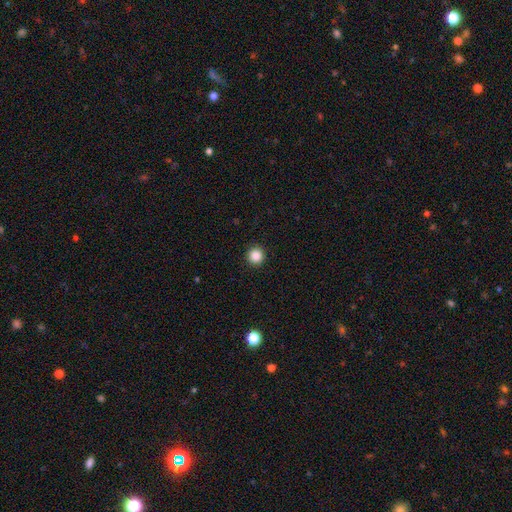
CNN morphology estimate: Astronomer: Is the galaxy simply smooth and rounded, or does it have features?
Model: smooth — 87%.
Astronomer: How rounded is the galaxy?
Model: round — 95%.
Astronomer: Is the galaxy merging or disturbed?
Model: none — 93%.